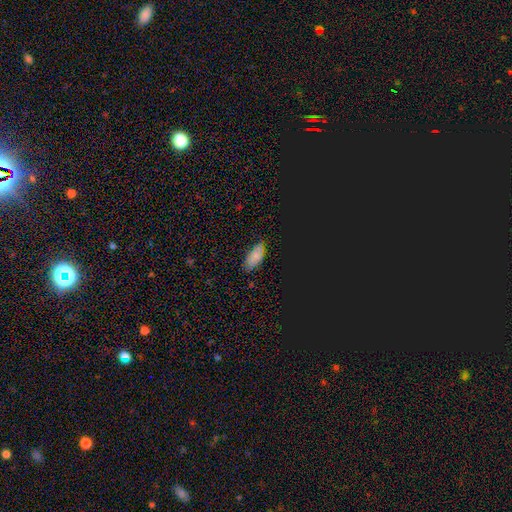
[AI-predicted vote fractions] A smooth galaxy with no disk features (67%) that is in between round and cigar-shaped (90%). Merging: none (75%).